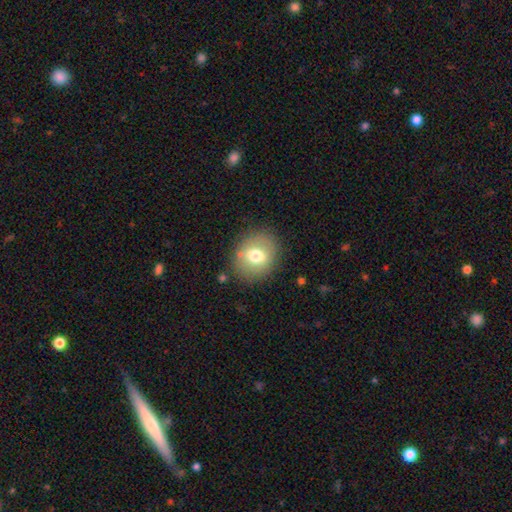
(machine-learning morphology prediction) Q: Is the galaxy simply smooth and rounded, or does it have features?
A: smooth — 68%.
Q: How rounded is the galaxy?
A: round — 66%.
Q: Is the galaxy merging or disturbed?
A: none — 82%.